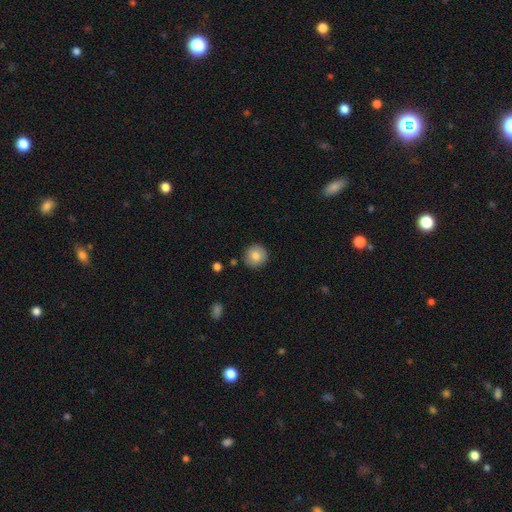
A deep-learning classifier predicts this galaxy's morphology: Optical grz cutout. It shows a smooth galaxy with no disk features (81%) that is round (93%). Merging: none (89%).